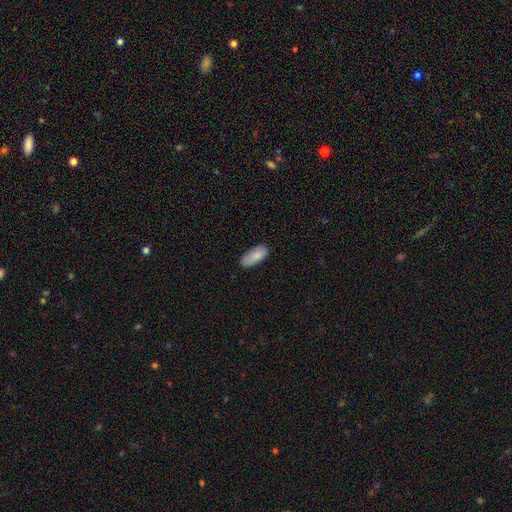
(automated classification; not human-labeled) Smooth or featured? smooth (85%)
How rounded? in between (86%)
Merging? none (80%)